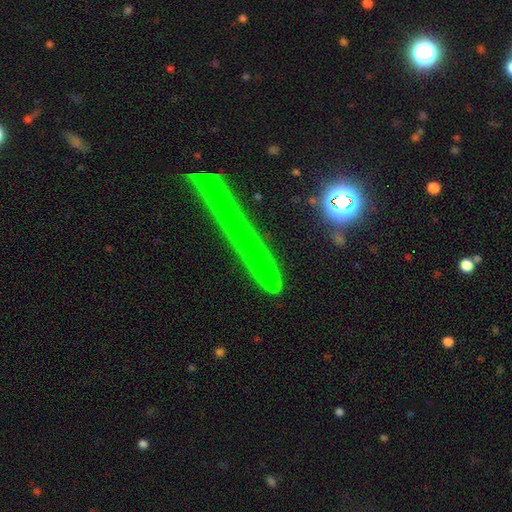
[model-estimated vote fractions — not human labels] A star or artifact, not a galaxy (66%).

Vote fractions:
- Smooth or featured? star or artifact: 66% / featured or disk: 23% / smooth: 11%